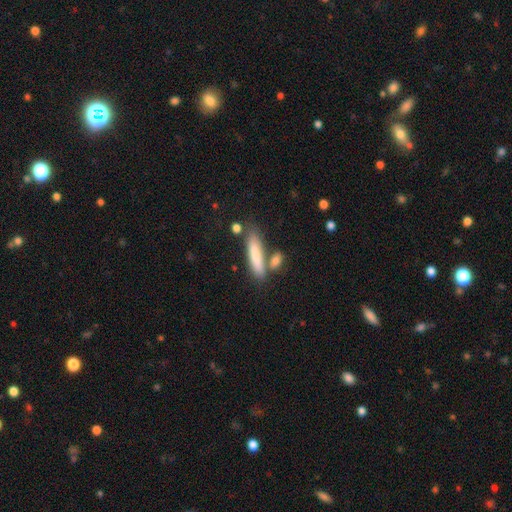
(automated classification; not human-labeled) This is likely a smooth galaxy (78%). How rounded: likely cigar-shaped (79%). Merging: likely none (65%).